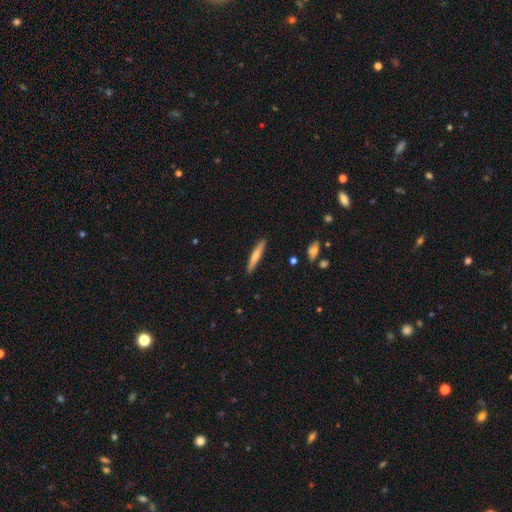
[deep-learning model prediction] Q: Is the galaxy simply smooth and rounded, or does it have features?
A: smooth — 59%.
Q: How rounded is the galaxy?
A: cigar-shaped — 92%.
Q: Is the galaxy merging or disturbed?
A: none — 90%.